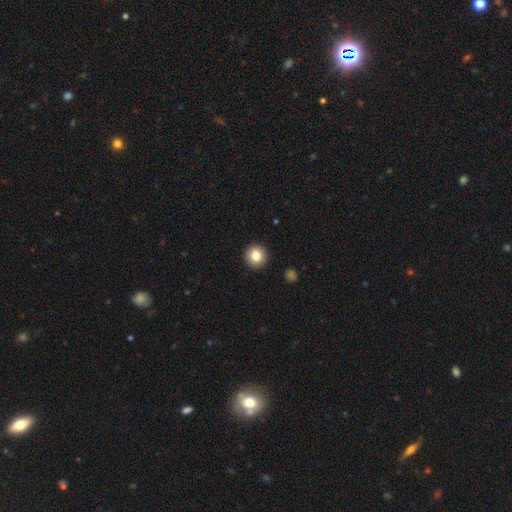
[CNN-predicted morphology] Overall: smooth (82%). How rounded: round (95%). Merging: none (93%).